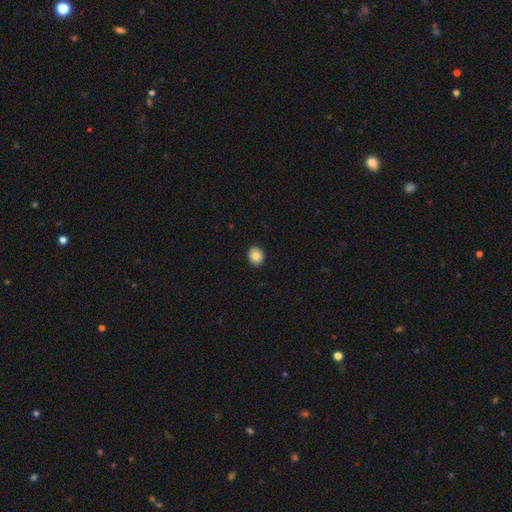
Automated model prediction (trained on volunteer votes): The model was most divided on "how rounded": round: 69%, in between: 30%, cigar-shaped: 1%. More confident: merging — none (91%); smooth or featured — smooth (82%).